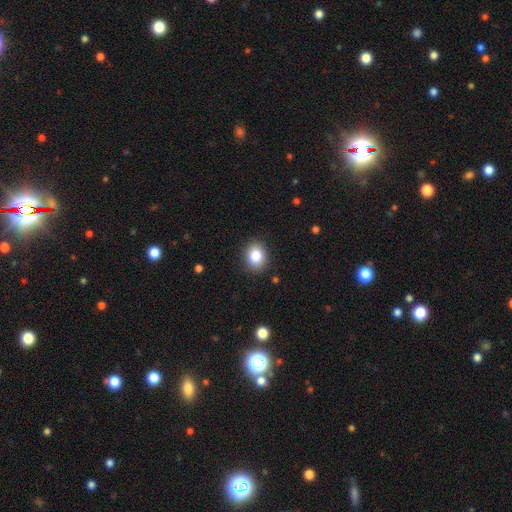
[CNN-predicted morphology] This is clearly a smooth galaxy (85%). How rounded: possibly in between (54%). Merging: clearly none (88%).